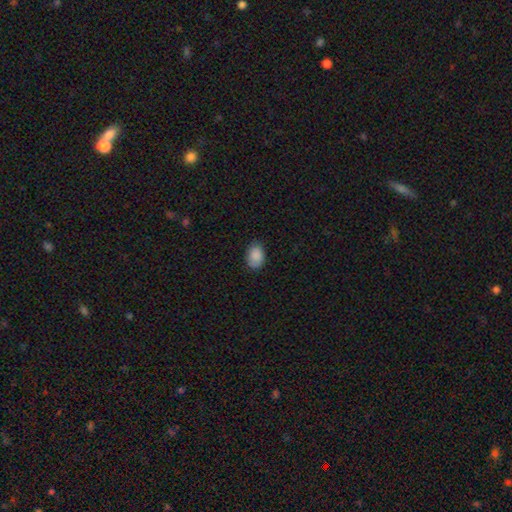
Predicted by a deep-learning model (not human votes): This is clearly a smooth galaxy (88%). How rounded: likely in between (78%). Merging: likely none (79%).